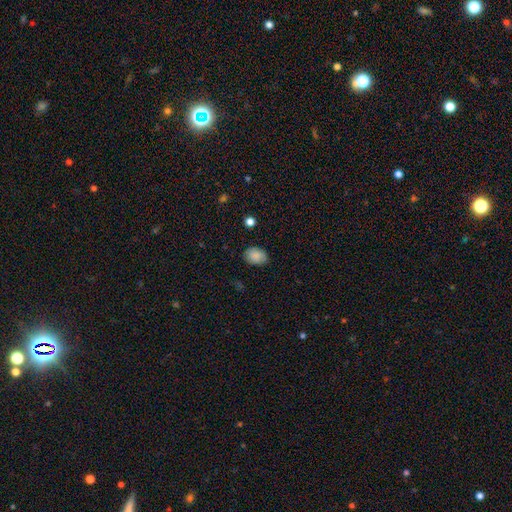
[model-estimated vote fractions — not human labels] Smooth or featured: smooth — 87% (star or artifact — 8%)
How rounded: in between — 74% (round — 25%)
Merging: none — 83% (minor disturbance — 13%)